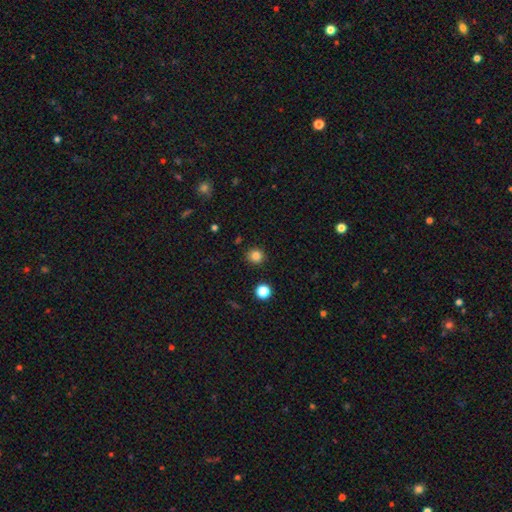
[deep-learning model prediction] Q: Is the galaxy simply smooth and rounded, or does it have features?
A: smooth — 83%.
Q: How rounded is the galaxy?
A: round — 89%.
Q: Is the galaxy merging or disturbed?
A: none — 89%.